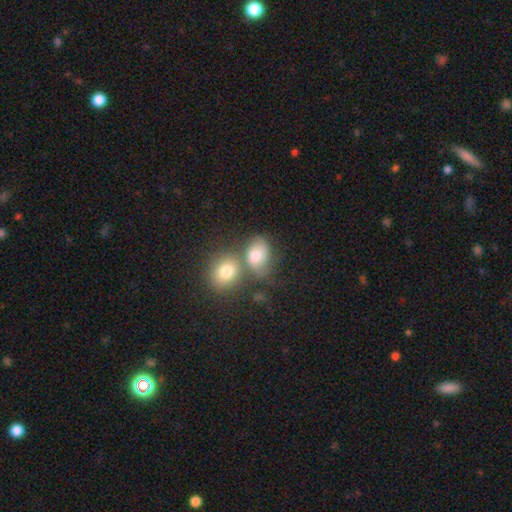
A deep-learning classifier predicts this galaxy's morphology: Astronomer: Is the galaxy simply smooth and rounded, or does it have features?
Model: smooth — 74%.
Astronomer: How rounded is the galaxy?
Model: in between — 59% (runner-up: round, 39%).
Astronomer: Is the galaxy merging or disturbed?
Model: merger — 40% (runner-up: none, 39%).